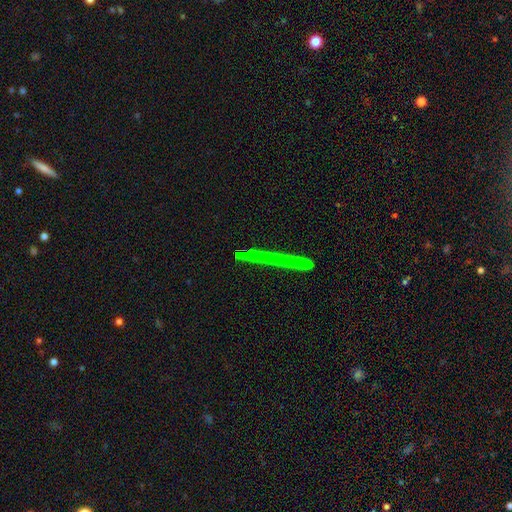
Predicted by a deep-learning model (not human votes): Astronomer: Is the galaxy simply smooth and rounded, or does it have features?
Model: star or artifact — 55%.